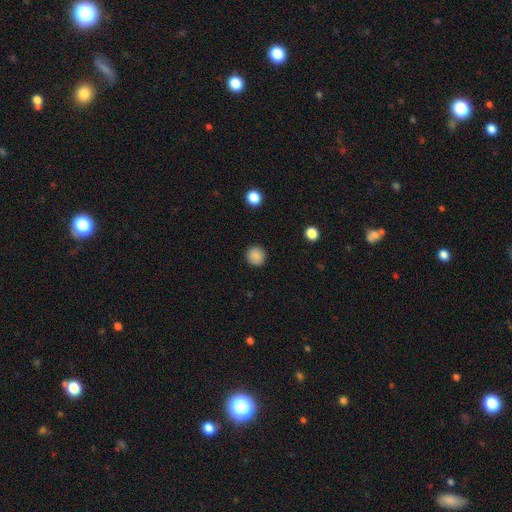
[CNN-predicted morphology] smooth_or_featured: smooth (p=0.87) [alt: star or artifact p=0.10]
how_rounded: round (p=0.92) [alt: in between p=0.07]
merging: none (p=0.91) [alt: minor disturbance p=0.06]